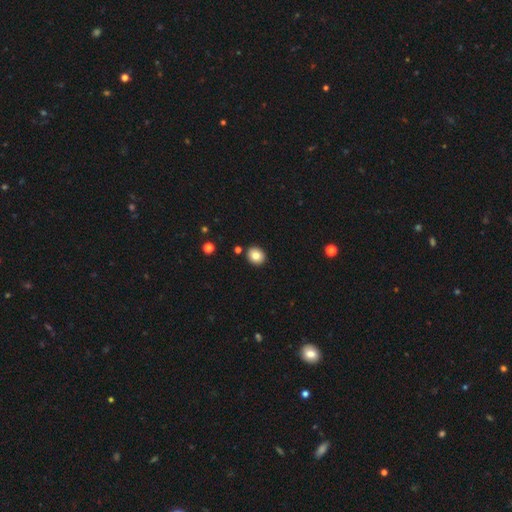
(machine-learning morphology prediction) smooth 82%, star or artifact 10%, featured or disk 9%. Down the decision tree: how rounded — round (77%); merging — none (89%).